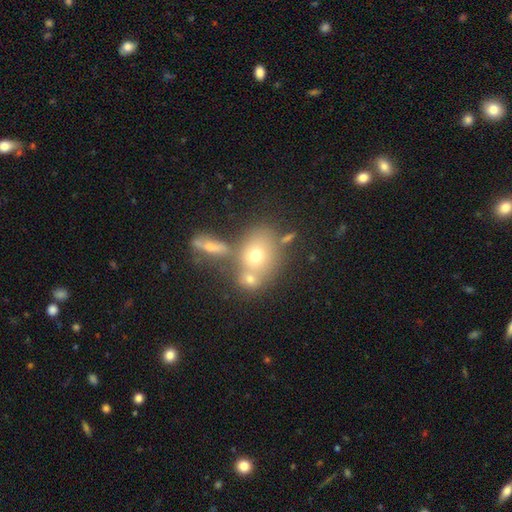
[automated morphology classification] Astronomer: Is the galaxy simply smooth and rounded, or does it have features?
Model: smooth — 61%.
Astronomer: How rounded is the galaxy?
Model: round — 54% (runner-up: in between, 44%).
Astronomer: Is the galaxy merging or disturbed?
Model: none — 46% (runner-up: merger, 38%).